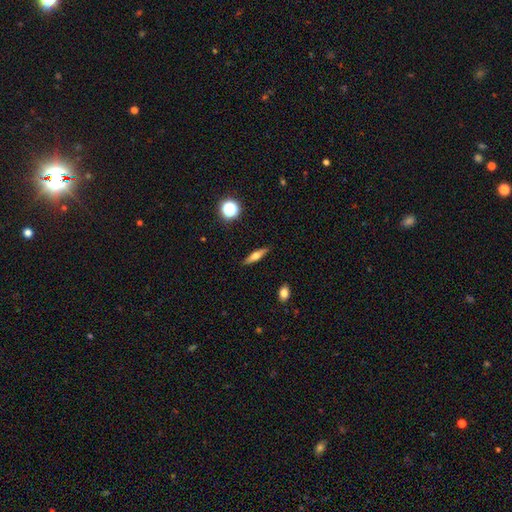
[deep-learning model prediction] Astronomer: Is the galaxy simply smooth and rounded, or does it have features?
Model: smooth — 48% (runner-up: featured or disk, 43%).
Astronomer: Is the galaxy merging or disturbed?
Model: none — 89%.